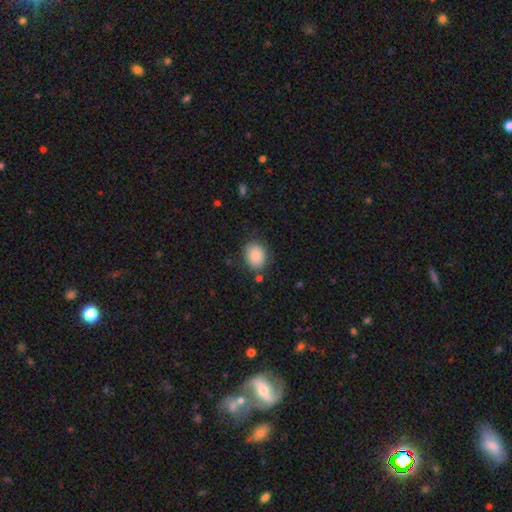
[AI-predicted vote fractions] Smooth or featured?
  - smooth: 87% *
  - star or artifact: 8%
  - featured or disk: 6%
How rounded?
  - in between: 51% *
  - round: 48%
  - cigar-shaped: 1%
Merging?
  - none: 80% *
  - minor disturbance: 14%
  - major disturbance: 4%
  - merger: 3%